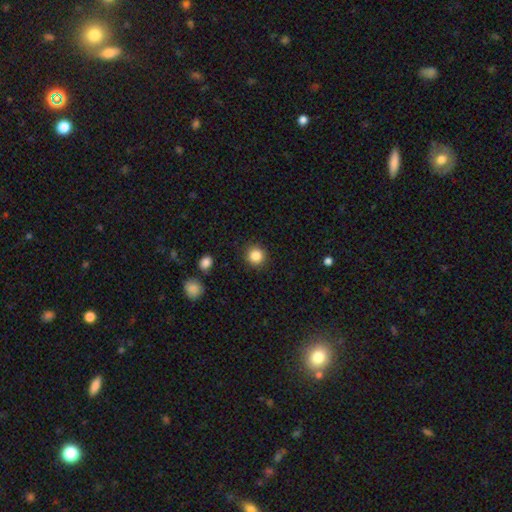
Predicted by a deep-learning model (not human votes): Smooth or featured: smooth — 86% (star or artifact — 10%)
How rounded: round — 94% (in between — 5%)
Merging: none — 90% (minor disturbance — 6%)